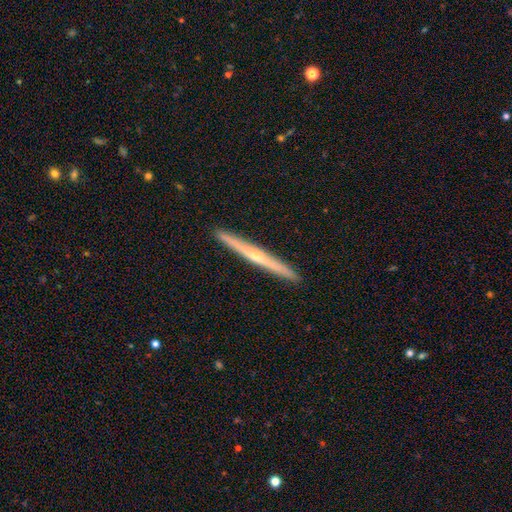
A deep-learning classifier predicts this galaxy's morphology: This is likely a featured or disk galaxy (73%). It is clearly viewed edge-on (98%). Edge-on bulge: likely rounded (72%). Merging: clearly none (93%).